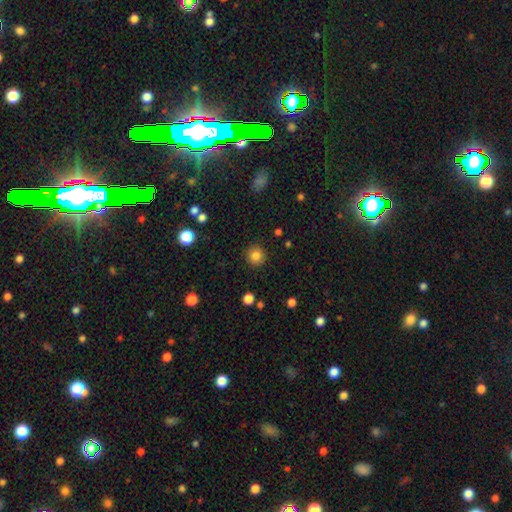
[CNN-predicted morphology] smooth_or_featured: smooth (p=0.84) [alt: star or artifact p=0.11]
how_rounded: round (p=0.92) [alt: in between p=0.07]
merging: none (p=0.91) [alt: minor disturbance p=0.06]